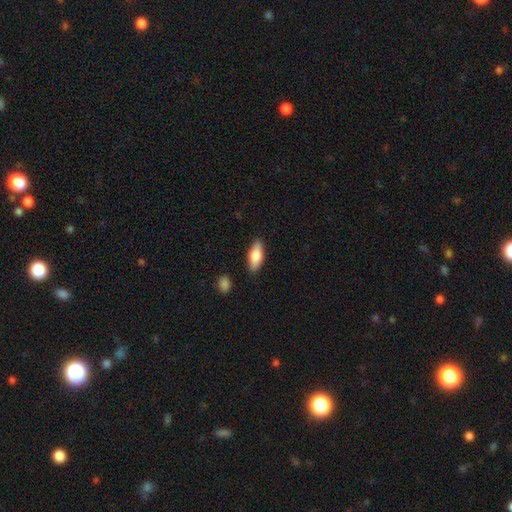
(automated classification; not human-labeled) Smooth or featured: smooth — 75% (featured or disk — 19%)
How rounded: in between — 71% (cigar-shaped — 26%)
Merging: none — 87% (minor disturbance — 9%)